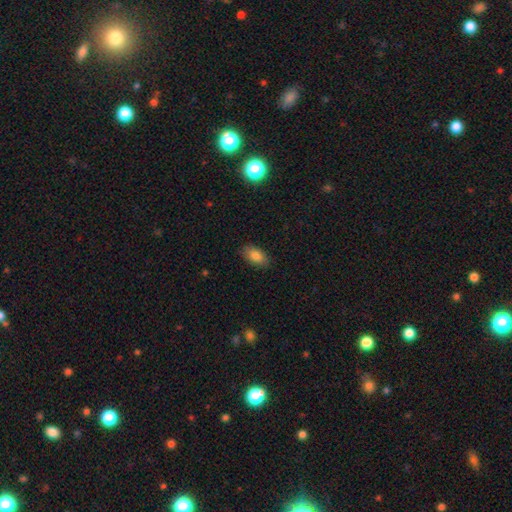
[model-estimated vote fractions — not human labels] smooth-or-featured: smooth: 83% | featured or disk: 9% | star or artifact: 8%
  how-rounded: in between: 92% | round: 6% | cigar-shaped: 2%
  merging: none: 86% | minor disturbance: 11% | major disturbance: 2% | merger: 1%